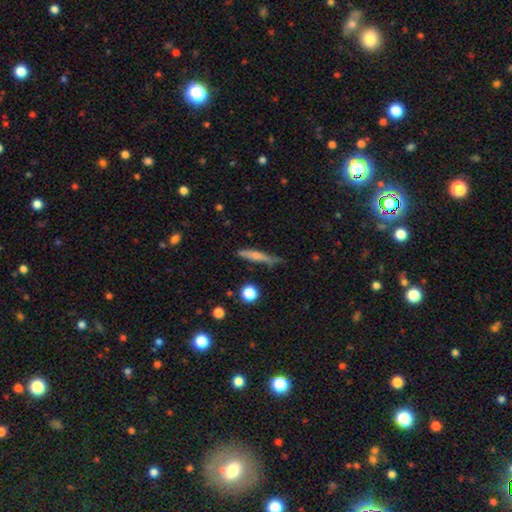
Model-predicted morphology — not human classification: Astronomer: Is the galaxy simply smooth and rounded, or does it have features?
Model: smooth — 60%.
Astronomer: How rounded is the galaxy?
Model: cigar-shaped — 87%.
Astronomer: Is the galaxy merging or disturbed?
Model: none — 67%.